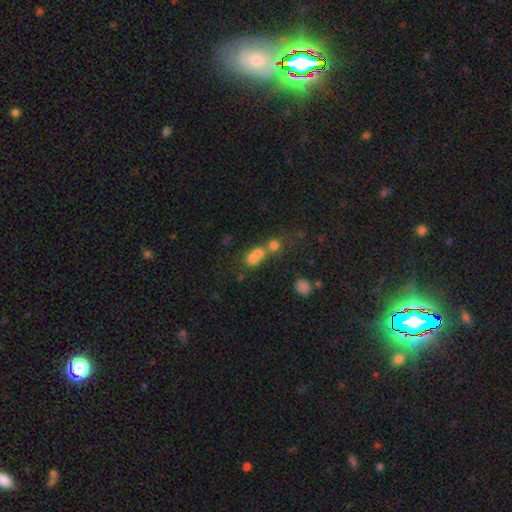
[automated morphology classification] smooth 66%, featured or disk 18%, star or artifact 16%. Down the decision tree: how rounded — round (69%); merging — merger (65%).